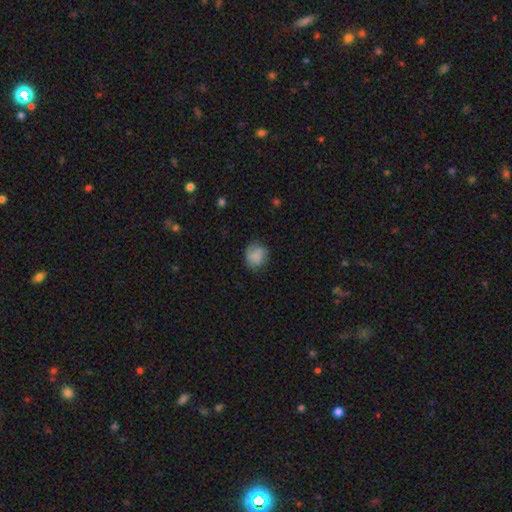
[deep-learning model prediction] The model was most divided on "how rounded": round: 69%, in between: 30%, cigar-shaped: 1%. More confident: smooth or featured — smooth (77%); merging — none (66%).